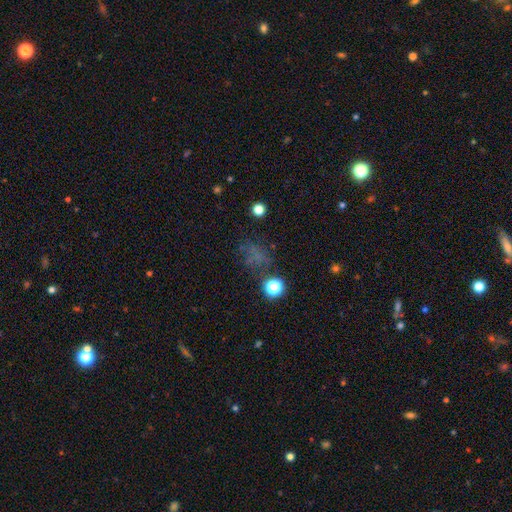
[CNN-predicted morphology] Smooth or featured?
  - smooth: 47% *
  - star or artifact: 37%
  - featured or disk: 16%
Merging?
  - none: 58% *
  - major disturbance: 19%
  - minor disturbance: 18%
  - merger: 6%